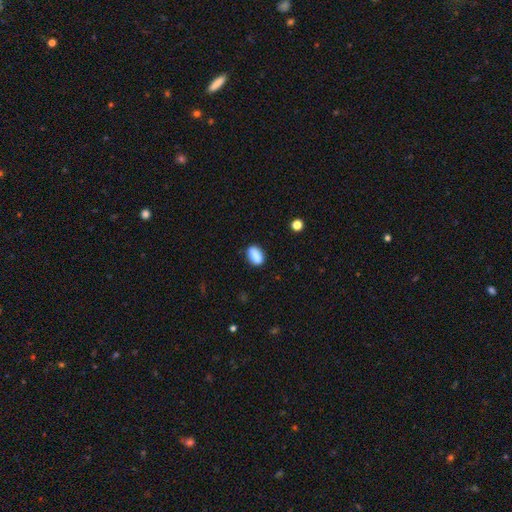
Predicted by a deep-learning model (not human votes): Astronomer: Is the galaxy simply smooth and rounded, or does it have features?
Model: smooth — 86%.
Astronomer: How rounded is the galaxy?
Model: in between — 83%.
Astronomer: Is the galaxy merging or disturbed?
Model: none — 79%.